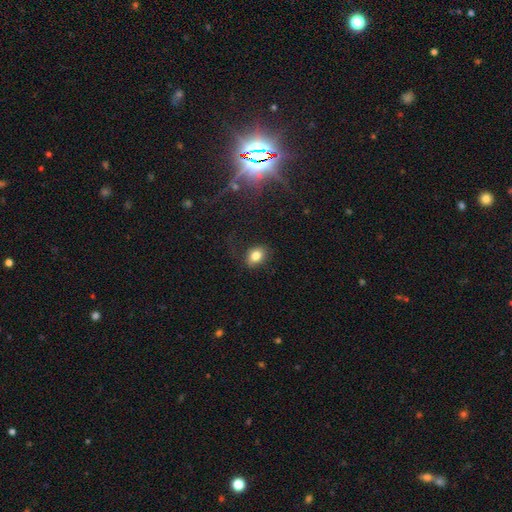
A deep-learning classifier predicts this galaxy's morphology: smooth-or-featured: smooth: 79% | featured or disk: 11% | star or artifact: 11%
  how-rounded: in between: 68% | round: 31% | cigar-shaped: 1%
  merging: none: 77% | minor disturbance: 15% | major disturbance: 6% | merger: 1%